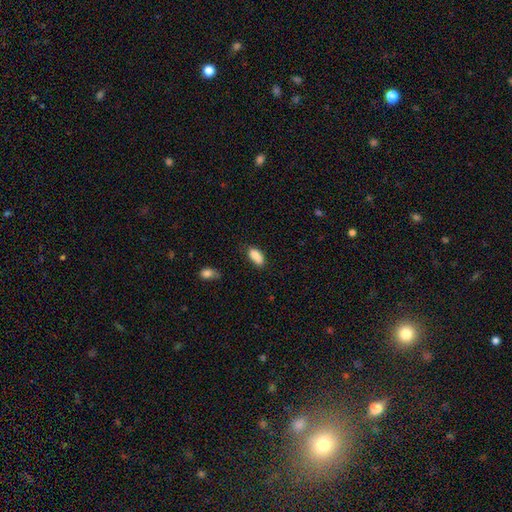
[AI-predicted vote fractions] Smooth or featured? Predicted: smooth (p=0.84). How rounded? Predicted: in between (p=0.88). Merging? Predicted: none (p=0.54).